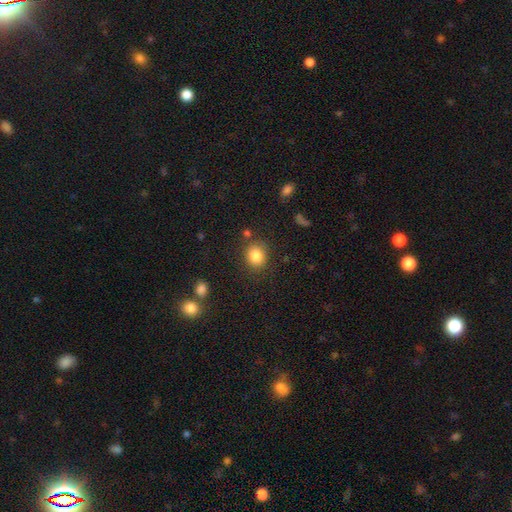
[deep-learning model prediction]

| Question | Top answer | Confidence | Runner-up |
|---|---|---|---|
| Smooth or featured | smooth | 85% | star or artifact (9%) |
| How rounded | round | 68% | in between (31%) |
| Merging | none | 81% | minor disturbance (11%) |